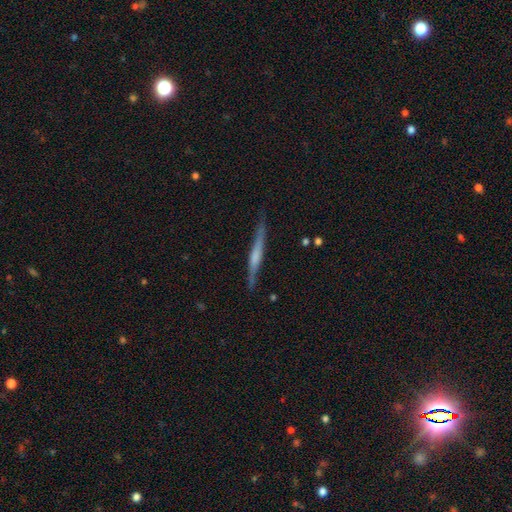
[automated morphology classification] Smooth or featured?
  - featured or disk: 62% *
  - smooth: 32%
  - star or artifact: 6%
Edge-on disk?
  - yes: 97% *
  - no: 3%
Edge-on bulge?
  - none: 39% *
  - rounded: 38%
  - boxy: 23%
Merging?
  - none: 81% *
  - minor disturbance: 14%
  - major disturbance: 3%
  - merger: 2%